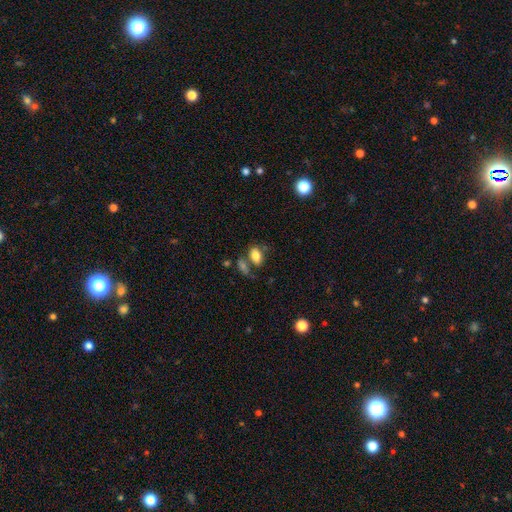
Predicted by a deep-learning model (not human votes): Smooth or featured? smooth (80%)
How rounded? in between (88%)
Merging? none (58%)